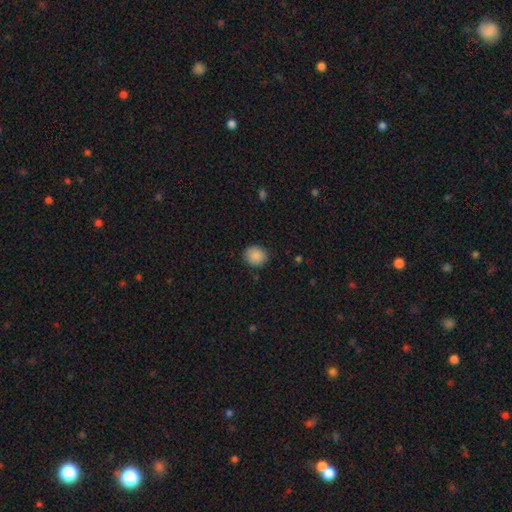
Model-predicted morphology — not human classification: A smooth galaxy with no disk features (89%) that is round (81%). Merging: none (87%).